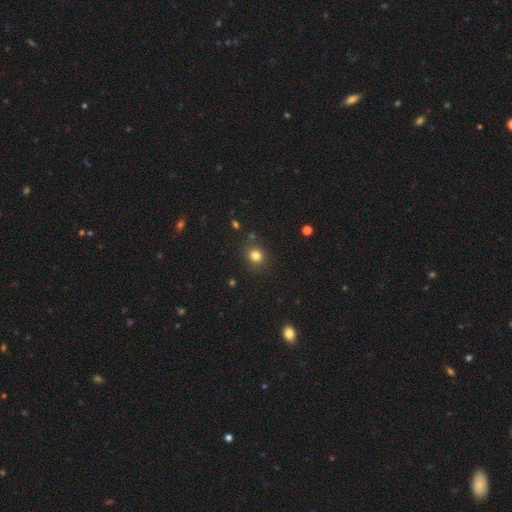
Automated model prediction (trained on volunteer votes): The model was most divided on "how rounded": round: 82%, in between: 17%, cigar-shaped: 1%. More confident: merging — none (85%); smooth or featured — smooth (80%).